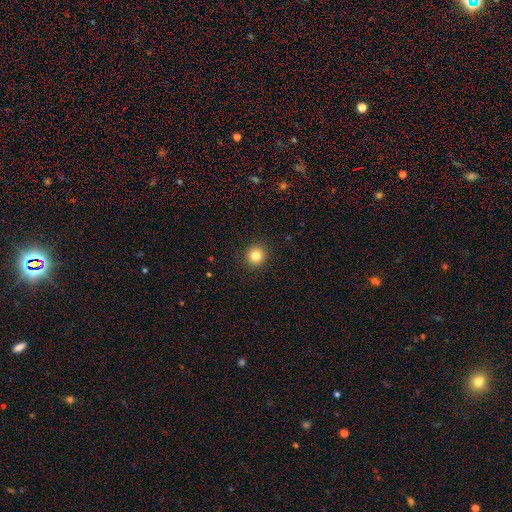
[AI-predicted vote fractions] Smooth or featured?
  - smooth: 83% *
  - star or artifact: 11%
  - featured or disk: 6%
How rounded?
  - round: 92% *
  - in between: 7%
  - cigar-shaped: 1%
Merging?
  - none: 92% *
  - minor disturbance: 5%
  - major disturbance: 2%
  - merger: 1%